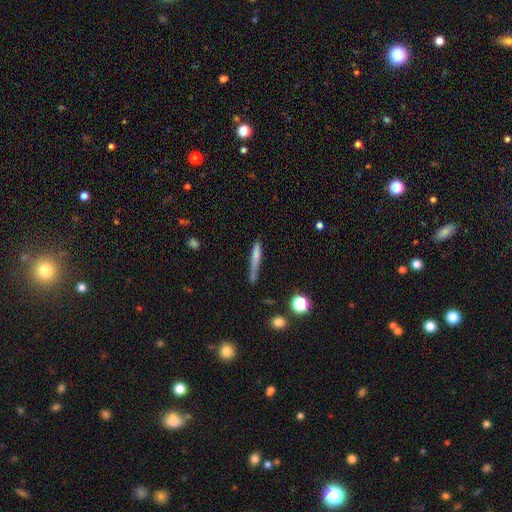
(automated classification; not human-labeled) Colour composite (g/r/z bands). It shows a smooth galaxy with no disk features (68%) that is cigar-shaped (90%). Merging: none (53%).